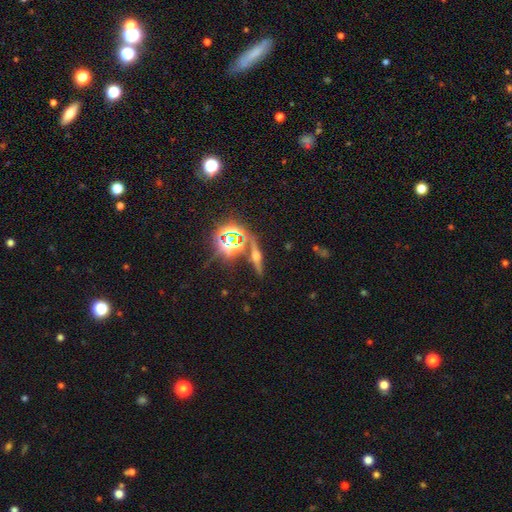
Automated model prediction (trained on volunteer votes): Smooth or featured? Predicted: featured or disk (p=0.50). Edge-on disk? Predicted: yes (p=0.90). Merging? Predicted: none (p=0.81).